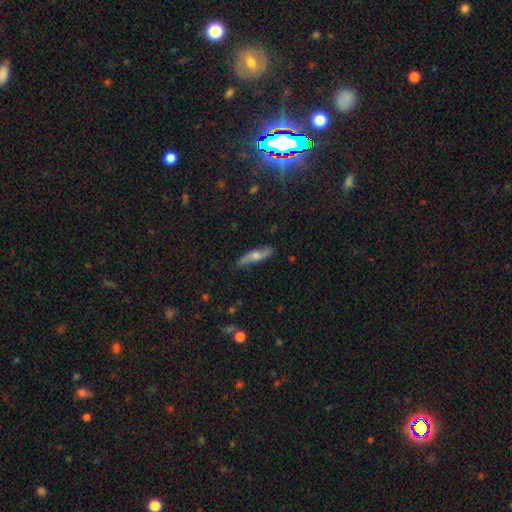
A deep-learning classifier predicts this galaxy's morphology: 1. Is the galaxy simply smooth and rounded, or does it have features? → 48% featured or disk, 44% smooth, 8% star or artifact.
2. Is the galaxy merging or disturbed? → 82% none, 14% minor disturbance, 3% major disturbance, 1% merger.